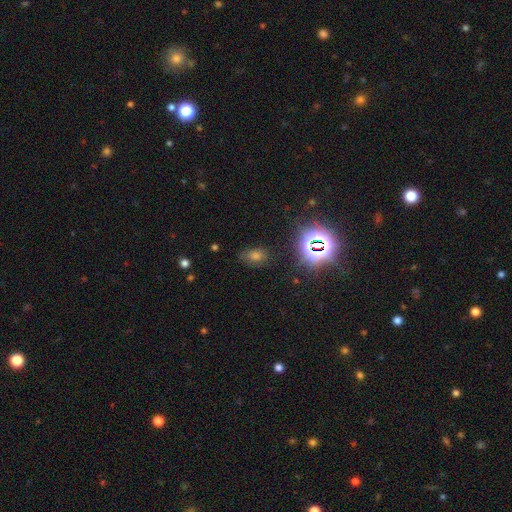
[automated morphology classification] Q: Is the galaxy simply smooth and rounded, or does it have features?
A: smooth — 50%.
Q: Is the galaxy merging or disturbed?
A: none — 78%.